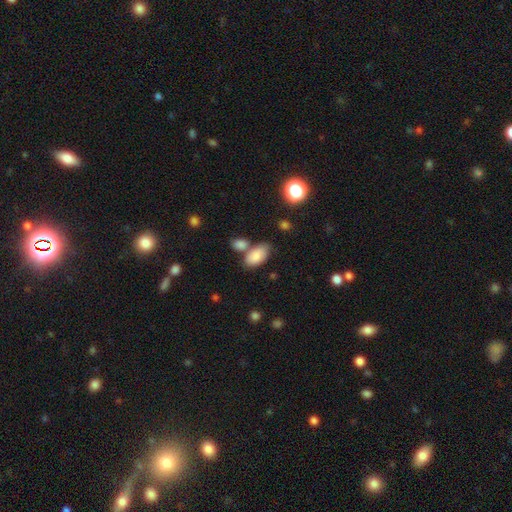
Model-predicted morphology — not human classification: A smooth galaxy with no disk features (84%) that is in between round and cigar-shaped (93%). Merging: none (56%).